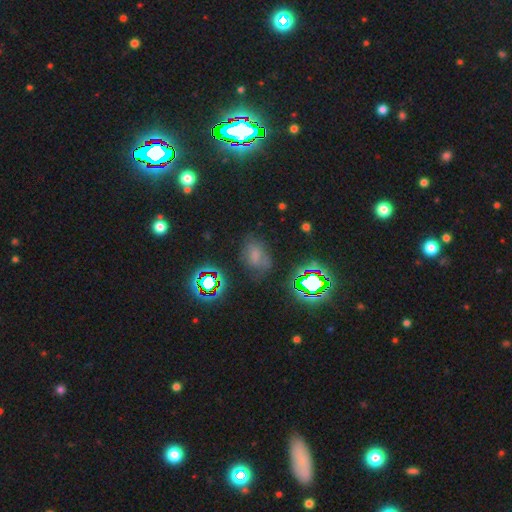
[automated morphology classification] A smooth galaxy with no disk features (47%).

Vote fractions:
- Smooth or featured? smooth: 47% / star or artifact: 35% / featured or disk: 19%
- Merging? none: 59% / minor disturbance: 23% / major disturbance: 14% / merger: 4%